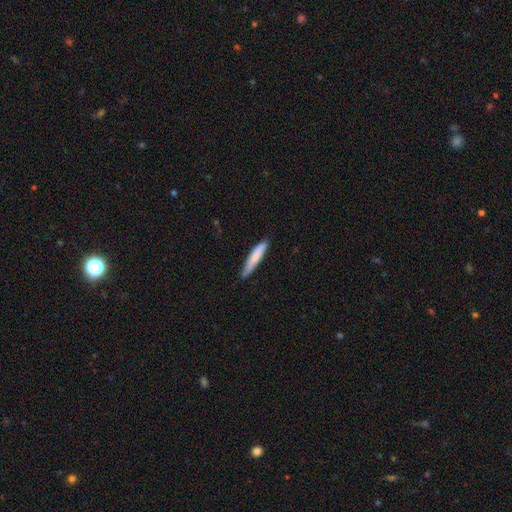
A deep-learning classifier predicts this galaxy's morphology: smooth 77%, featured or disk 17%, star or artifact 6%. Down the decision tree: how rounded — cigar-shaped (90%); merging — none (77%).